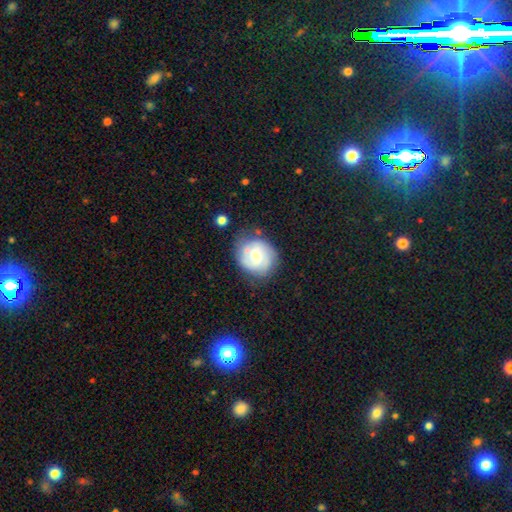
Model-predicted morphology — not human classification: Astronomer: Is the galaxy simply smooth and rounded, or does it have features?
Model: featured or disk — 61%.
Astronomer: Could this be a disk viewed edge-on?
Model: no — 98%.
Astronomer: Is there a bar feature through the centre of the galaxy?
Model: no — 58% (runner-up: weak, 36%).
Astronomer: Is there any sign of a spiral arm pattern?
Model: yes — 85%.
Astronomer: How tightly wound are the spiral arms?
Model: tight — 49% (runner-up: medium, 39%).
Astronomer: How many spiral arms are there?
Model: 2 — 54%.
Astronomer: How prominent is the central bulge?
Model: moderate — 63%.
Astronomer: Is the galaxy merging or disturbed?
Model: none — 70%.